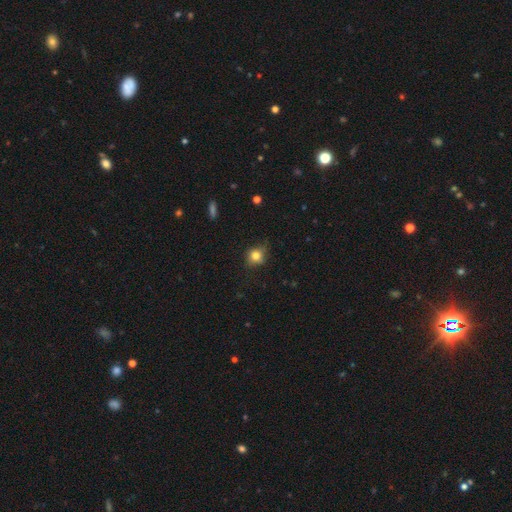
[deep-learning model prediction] Overall: smooth (80%). How rounded: round (78%). Merging: none (71%).